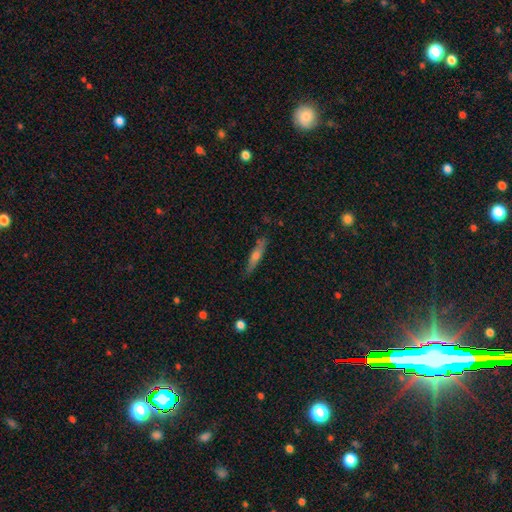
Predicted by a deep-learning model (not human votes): Smooth or featured?
  - featured or disk: 47% *
  - smooth: 45%
  - star or artifact: 7%
Merging?
  - none: 82% *
  - minor disturbance: 13%
  - major disturbance: 3%
  - merger: 2%